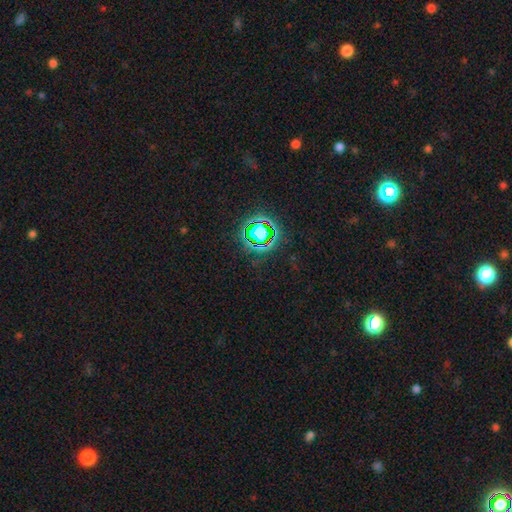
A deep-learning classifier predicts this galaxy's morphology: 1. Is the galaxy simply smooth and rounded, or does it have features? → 79% star or artifact, 13% smooth, 8% featured or disk.